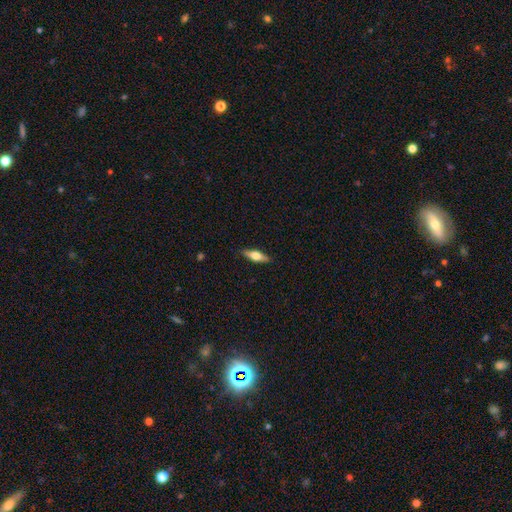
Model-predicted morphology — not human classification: Smooth or featured?
  - featured or disk: 47% *
  - smooth: 46%
  - star or artifact: 6%
Merging?
  - none: 88% *
  - minor disturbance: 9%
  - major disturbance: 2%
  - merger: 1%